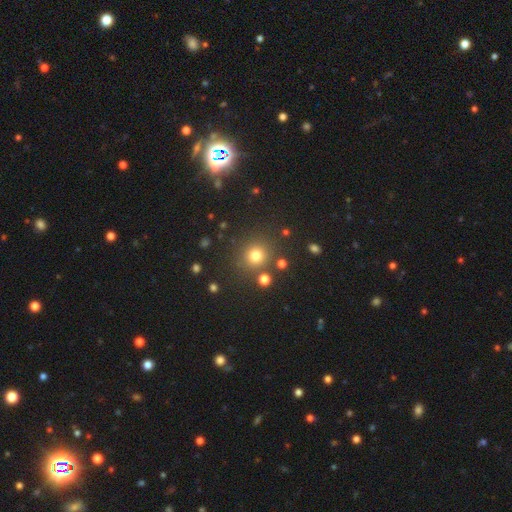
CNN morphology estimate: Q: Smooth or featured?
A: smooth (77%); runner-up: star or artifact (17%)
Q: How rounded?
A: round (91%); runner-up: in between (8%)
Q: Merging?
A: none (83%); runner-up: minor disturbance (8%)